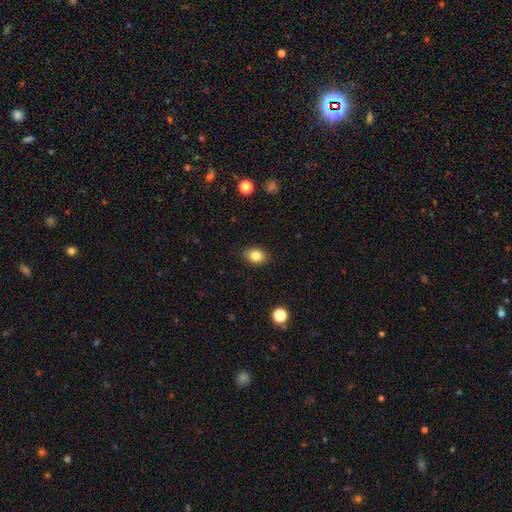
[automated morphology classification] A smooth galaxy with no disk features (84%) that is in between round and cigar-shaped (71%). Merging: none (88%).